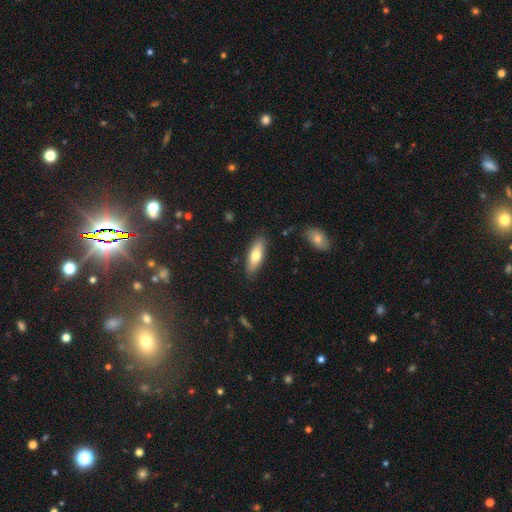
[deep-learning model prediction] Morphology: type=smooth (69%); roundness=in between (59%); merging=none (86%).